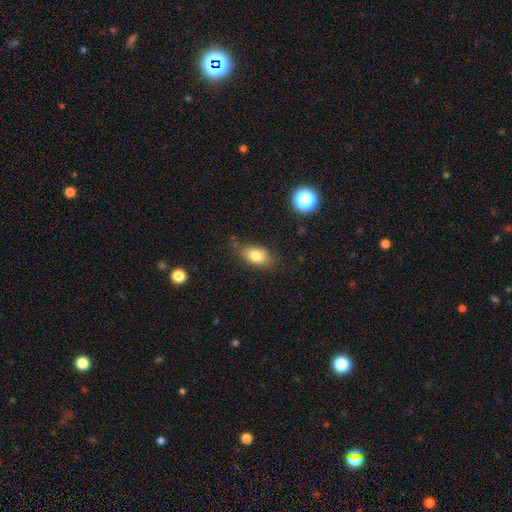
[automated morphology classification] Smooth or featured: smooth — 79% (featured or disk — 12%)
How rounded: in between — 85% (round — 11%)
Merging: none — 67% (minor disturbance — 23%)